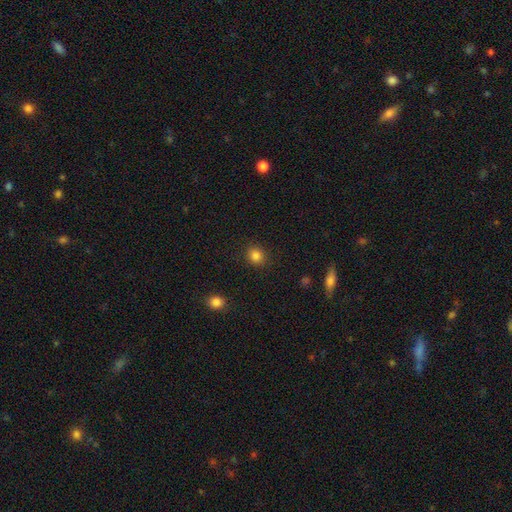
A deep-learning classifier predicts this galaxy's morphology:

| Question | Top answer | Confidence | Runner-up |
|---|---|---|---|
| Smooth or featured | smooth | 84% | star or artifact (11%) |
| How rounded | round | 81% | in between (18%) |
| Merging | none | 90% | minor disturbance (7%) |